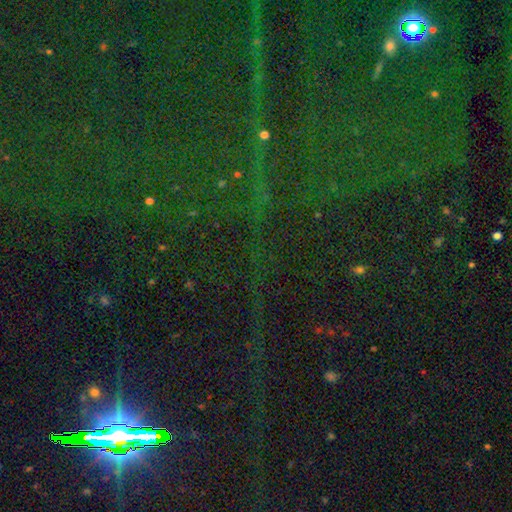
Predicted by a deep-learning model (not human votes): Q: Smooth or featured?
A: star or artifact (81%); runner-up: smooth (11%)